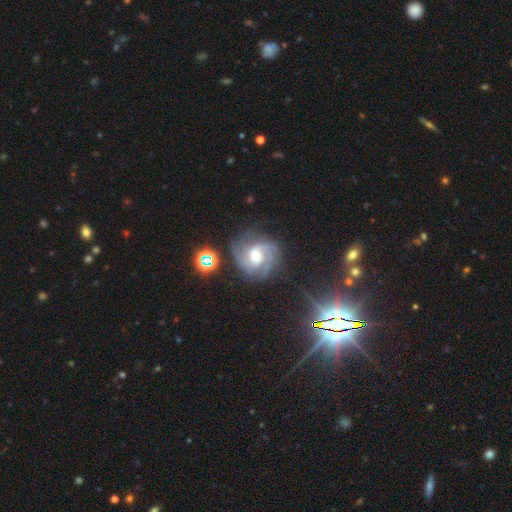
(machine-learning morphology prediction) featured or disk 85%, star or artifact 8%, smooth 7%. Down the decision tree: edge-on disk — no (98%); bar — weak (49%); spiral arms — yes (97%); spiral arm count — 3 (33%); spiral winding — tight (48%); bulge size — moderate (65%); merging — none (70%).